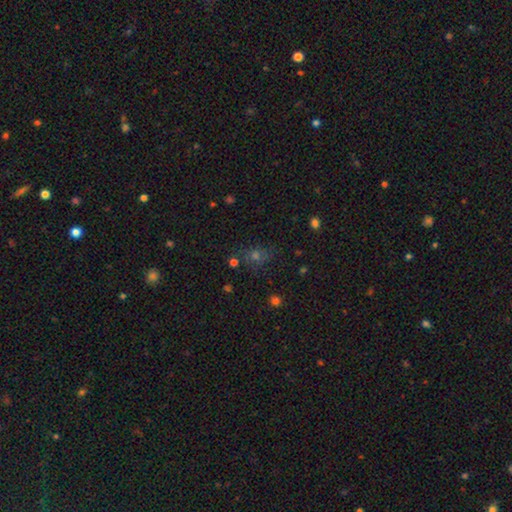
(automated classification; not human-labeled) Smooth or featured? smooth (46%)
Merging? none (72%)